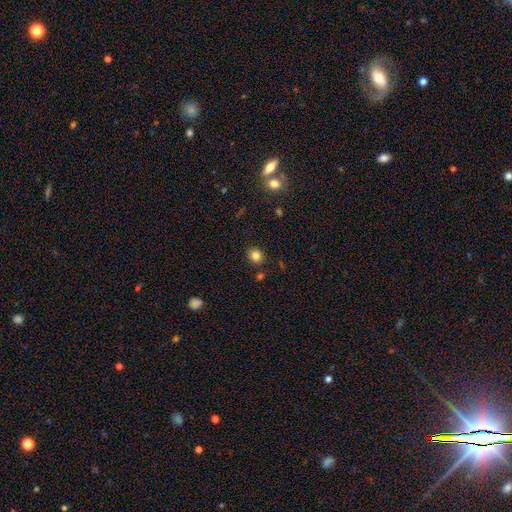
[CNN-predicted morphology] This is clearly a smooth galaxy (83%). How rounded: likely round (67%). Merging: clearly none (86%).